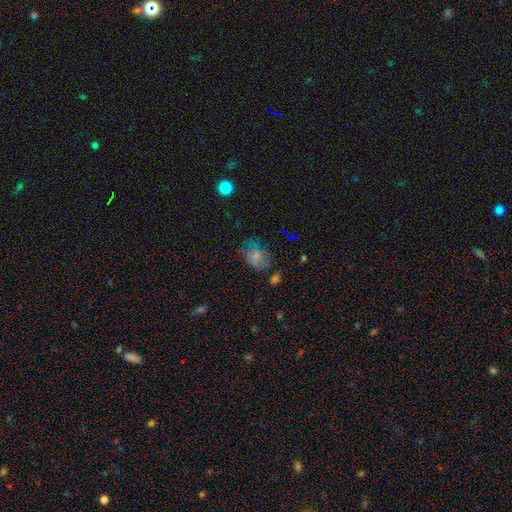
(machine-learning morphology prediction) A smooth galaxy with no disk features (62%) that is in between round and cigar-shaped (57%). Merging: none (53%).